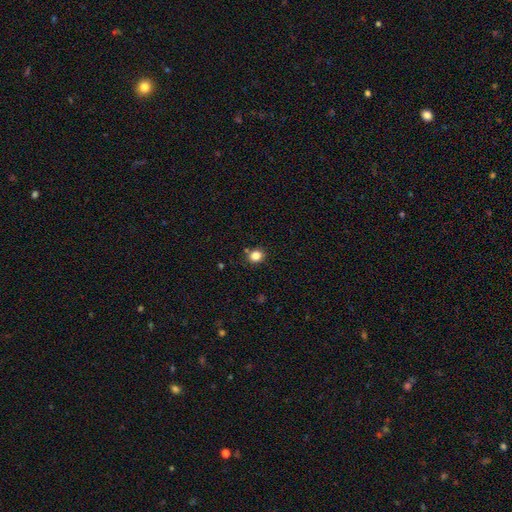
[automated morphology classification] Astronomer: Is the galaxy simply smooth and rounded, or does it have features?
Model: smooth — 83%.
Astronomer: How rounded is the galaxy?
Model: round — 79%.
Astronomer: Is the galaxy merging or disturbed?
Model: none — 83%.